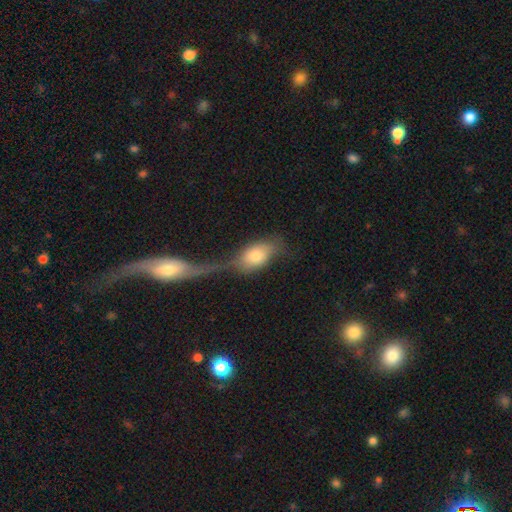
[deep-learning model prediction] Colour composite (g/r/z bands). It shows a smooth galaxy with no disk features (71%) that is in between round and cigar-shaped (85%). Merging: merger (35%).